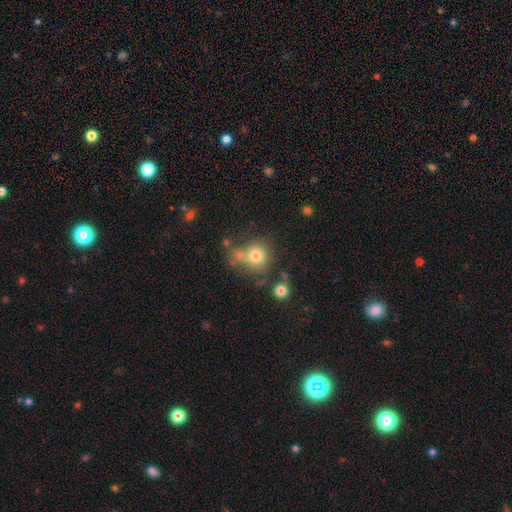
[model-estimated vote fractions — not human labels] This is likely a smooth galaxy (76%). How rounded: clearly round (85%). Merging: possibly none (57%).